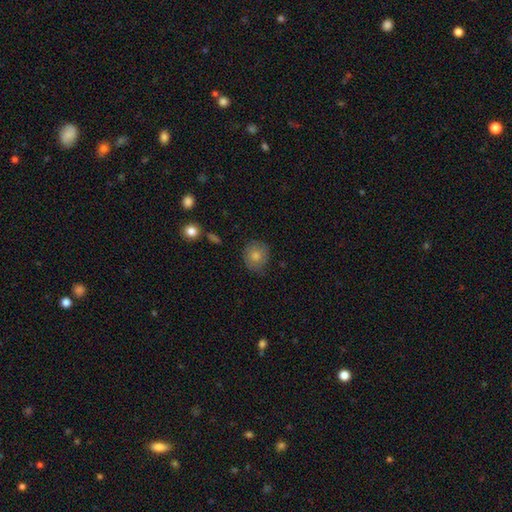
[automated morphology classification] The model was most divided on "merging": none: 78%, minor disturbance: 17%, major disturbance: 4%, merger: 1%. More confident: how rounded — round (82%); smooth or featured — smooth (78%).